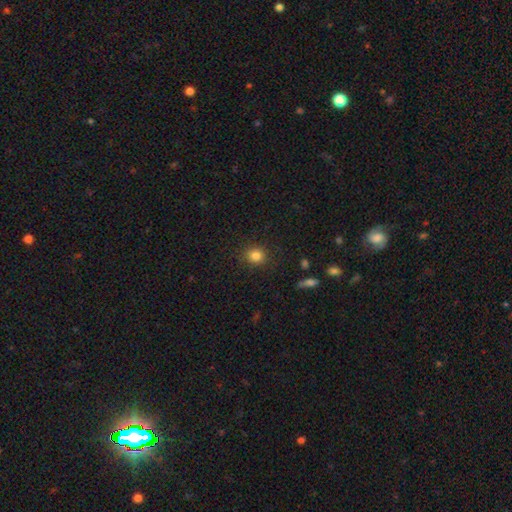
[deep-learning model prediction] Smooth or featured?
  - smooth: 83% *
  - star or artifact: 11%
  - featured or disk: 6%
How rounded?
  - round: 82% *
  - in between: 17%
  - cigar-shaped: 1%
Merging?
  - none: 88% *
  - minor disturbance: 9%
  - major disturbance: 3%
  - merger: 1%